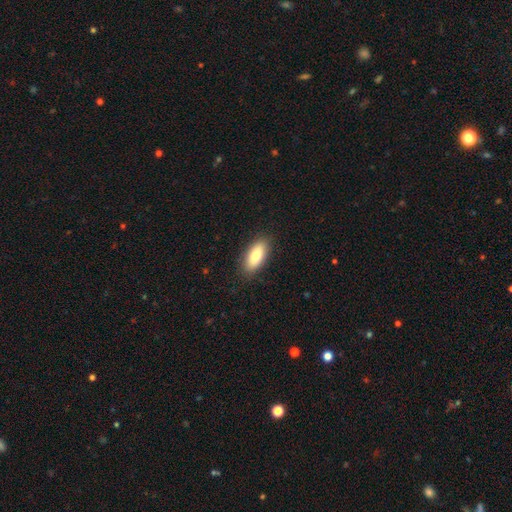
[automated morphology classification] This is likely a smooth galaxy (79%). How rounded: clearly in between (83%). Merging: clearly none (88%).